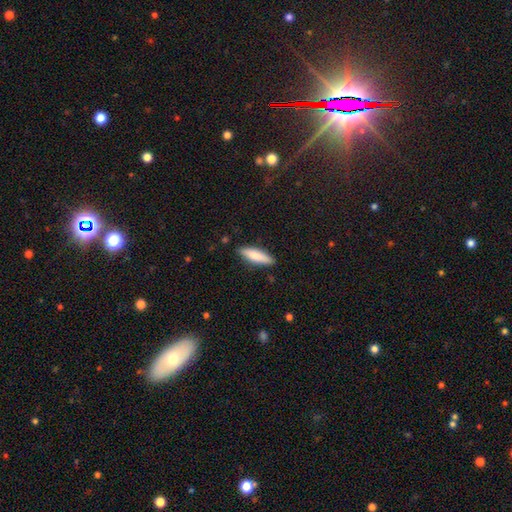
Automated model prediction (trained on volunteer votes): A smooth galaxy with no disk features (79%) that is cigar-shaped (60%). Merging: none (86%).